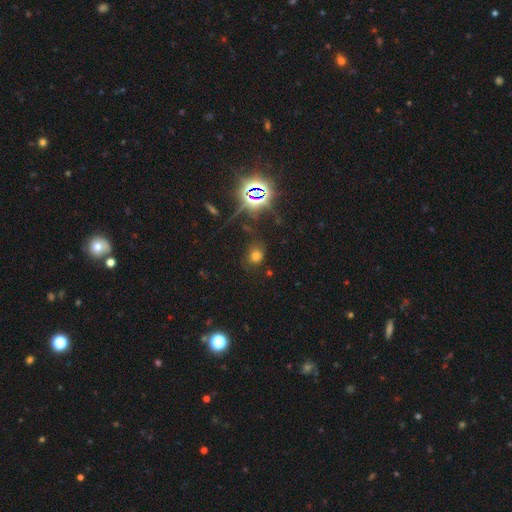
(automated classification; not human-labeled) smooth 58%, star or artifact 33%, featured or disk 8%. Down the decision tree: how rounded — round (65%); merging — none (73%).